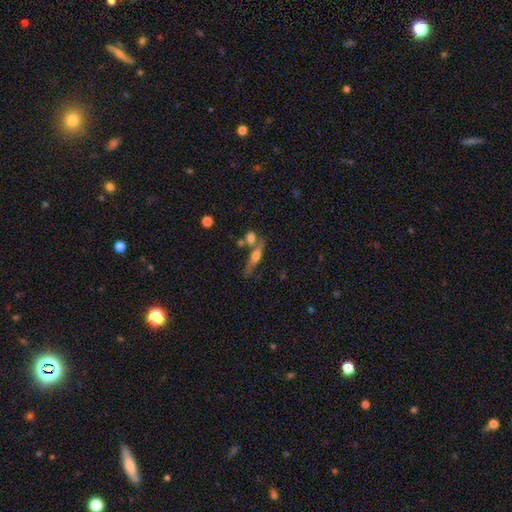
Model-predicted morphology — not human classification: A featured or disk galaxy (54%) viewed edge-on (88%). Merging: none (56%).